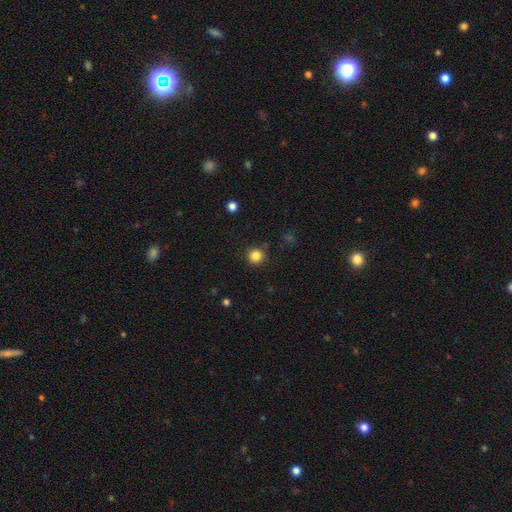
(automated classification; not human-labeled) Morphology: type=smooth (84%); roundness=round (95%); merging=none (89%).